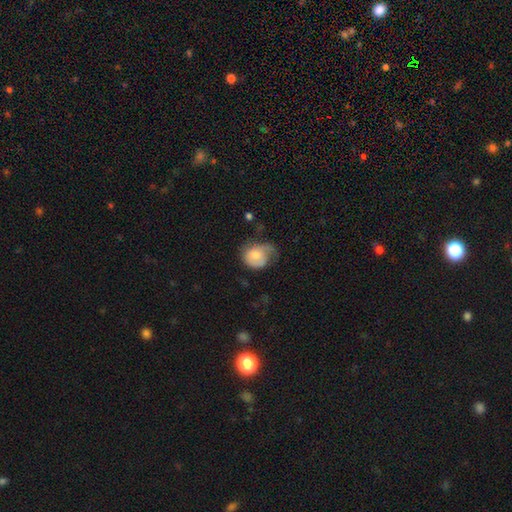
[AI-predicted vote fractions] This appears to be a smooth galaxy with no disk features (58%) that is round (55%). Merging: minor disturbance (34%).